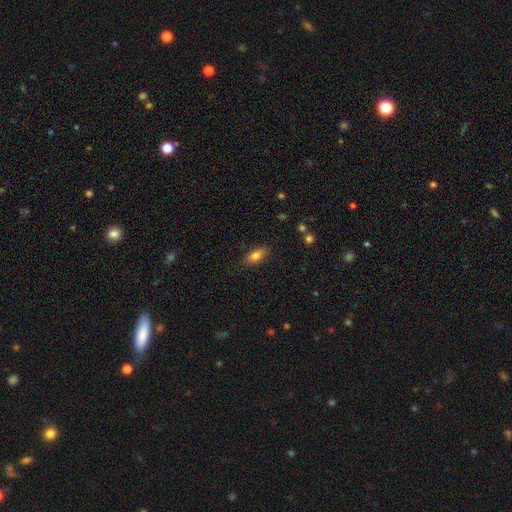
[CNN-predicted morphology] type=smooth (79%); roundness=in between (84%); merging=none (84%).